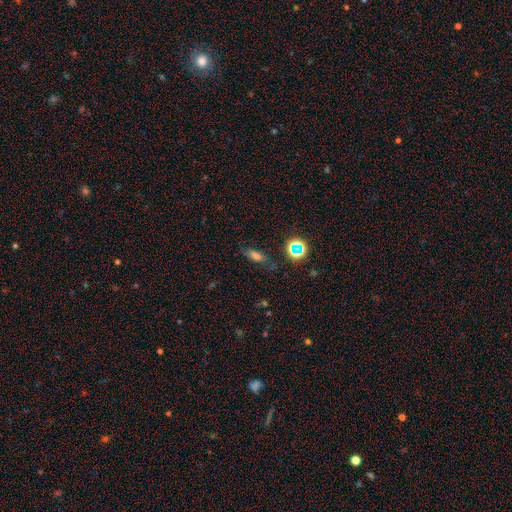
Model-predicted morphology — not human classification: A smooth galaxy with no disk features (66%) that is in between round and cigar-shaped (69%). Merging: none (73%).